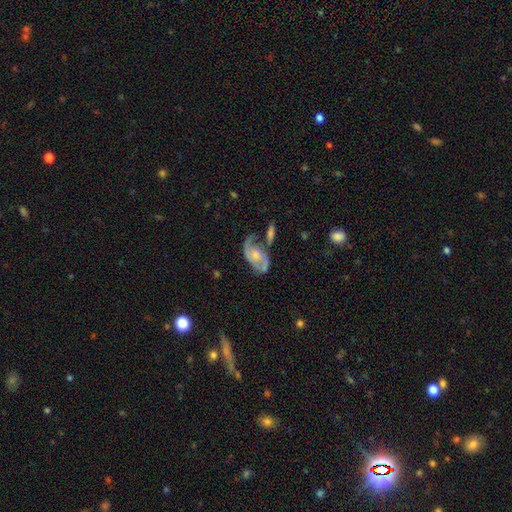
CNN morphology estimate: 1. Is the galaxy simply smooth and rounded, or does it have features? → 83% featured or disk, 11% smooth, 6% star or artifact.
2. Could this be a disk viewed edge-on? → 97% no, 3% yes.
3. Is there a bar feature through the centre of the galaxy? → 64% no, 30% weak, 6% strong.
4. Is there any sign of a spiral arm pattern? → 95% yes, 5% no.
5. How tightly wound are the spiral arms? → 50% medium, 29% loose, 21% tight.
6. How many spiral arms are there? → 86% 2, 5% 1, 5% can't tell, 2% 3, 1% 4, 1% more than 4.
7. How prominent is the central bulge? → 52% small, 33% moderate, 11% none, 4% large, 1% dominant.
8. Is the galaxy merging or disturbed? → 49% none, 21% minor disturbance, 16% major disturbance, 14% merger.